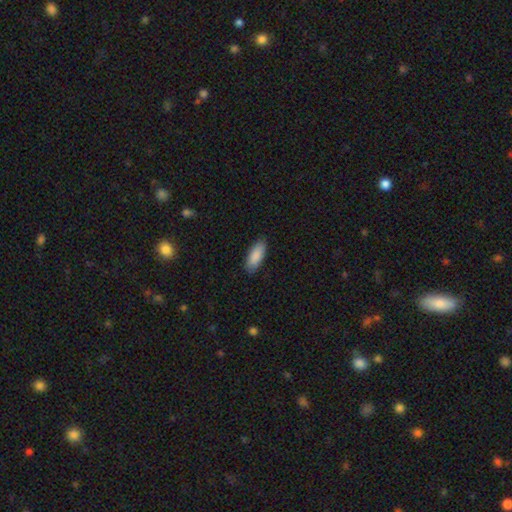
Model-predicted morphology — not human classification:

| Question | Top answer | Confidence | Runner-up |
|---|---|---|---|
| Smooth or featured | smooth | 89% | star or artifact (6%) |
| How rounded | in between | 77% | cigar-shaped (22%) |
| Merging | none | 87% | minor disturbance (10%) |